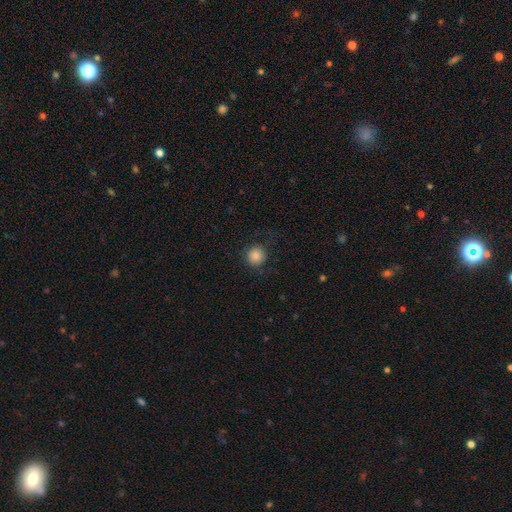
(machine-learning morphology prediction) Smooth or featured? Predicted: smooth (p=0.85). How rounded? Predicted: round (p=0.94). Merging? Predicted: none (p=0.84).